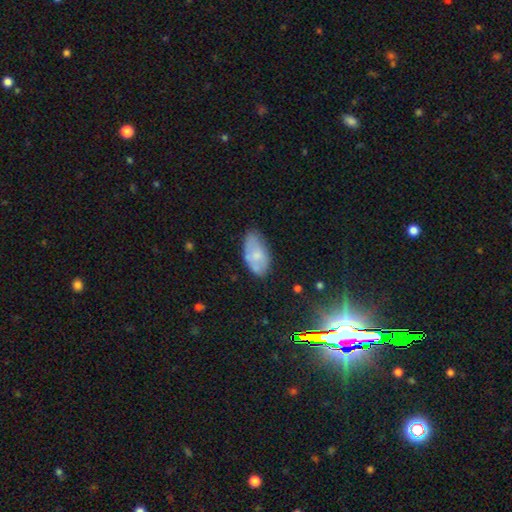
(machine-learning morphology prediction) type=smooth (63%); roundness=in between (94%); merging=none (63%).